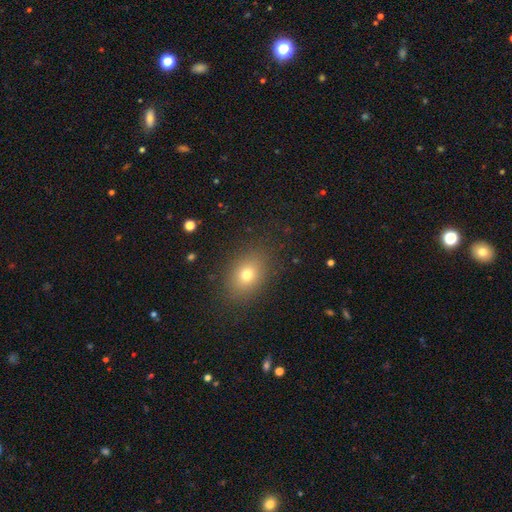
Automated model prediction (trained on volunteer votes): smooth-or-featured: smooth: 69% | star or artifact: 23% | featured or disk: 9%
  how-rounded: in between: 59% | round: 40% | cigar-shaped: 1%
  merging: none: 89% | minor disturbance: 7% | major disturbance: 2% | merger: 1%